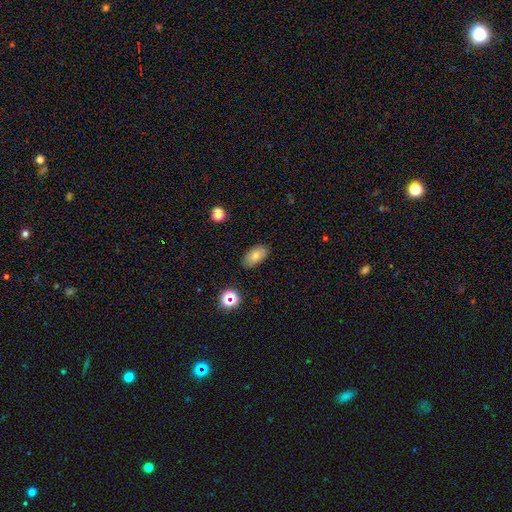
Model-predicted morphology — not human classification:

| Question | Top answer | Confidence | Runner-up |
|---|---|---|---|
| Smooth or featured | smooth | 74% | featured or disk (16%) |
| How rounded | in between | 90% | round (7%) |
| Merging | none | 83% | minor disturbance (13%) |